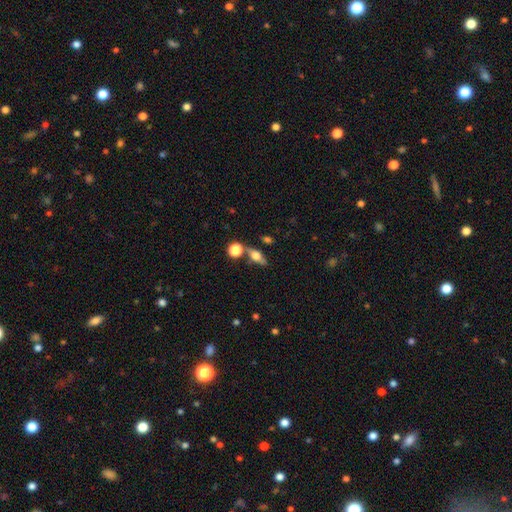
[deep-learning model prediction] featured or disk 48%, smooth 41%, star or artifact 10%. Down the decision tree: merging — none (74%).